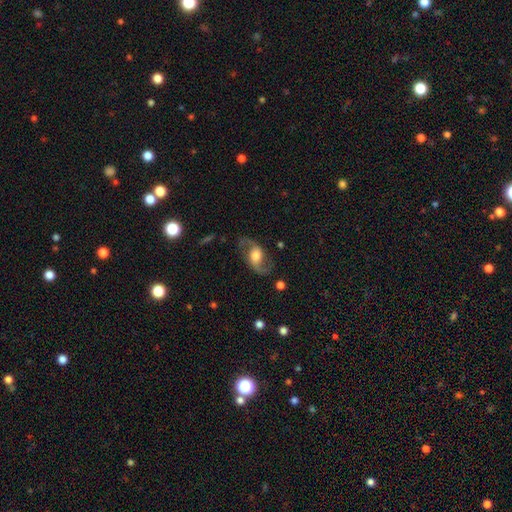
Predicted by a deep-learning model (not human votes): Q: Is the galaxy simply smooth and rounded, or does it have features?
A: featured or disk — 82%.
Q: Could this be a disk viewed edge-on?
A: no — 96%.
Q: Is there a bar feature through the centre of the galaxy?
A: no — 47%.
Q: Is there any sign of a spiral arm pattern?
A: yes — 94%.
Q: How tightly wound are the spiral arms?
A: loose — 62%.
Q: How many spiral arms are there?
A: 2 — 93%.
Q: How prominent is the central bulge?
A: moderate — 51%.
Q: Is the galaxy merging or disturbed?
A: none — 78%.